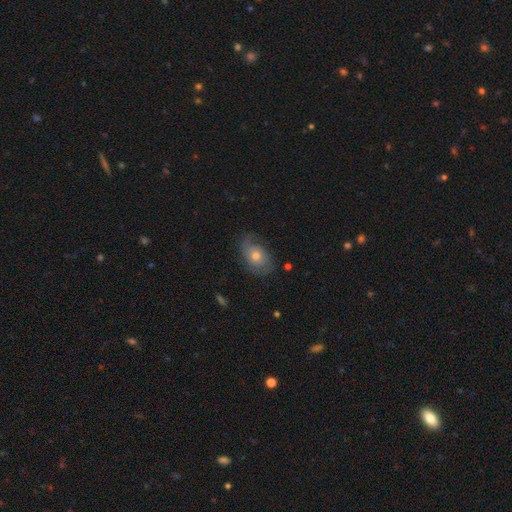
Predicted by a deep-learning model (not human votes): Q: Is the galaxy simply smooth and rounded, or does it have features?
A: featured or disk — 54%.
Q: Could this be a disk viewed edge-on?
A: no — 94%.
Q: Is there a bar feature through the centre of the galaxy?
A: no — 83%.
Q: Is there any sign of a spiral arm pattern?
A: yes — 77%.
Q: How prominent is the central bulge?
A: moderate — 63%.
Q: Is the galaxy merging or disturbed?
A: none — 66%.